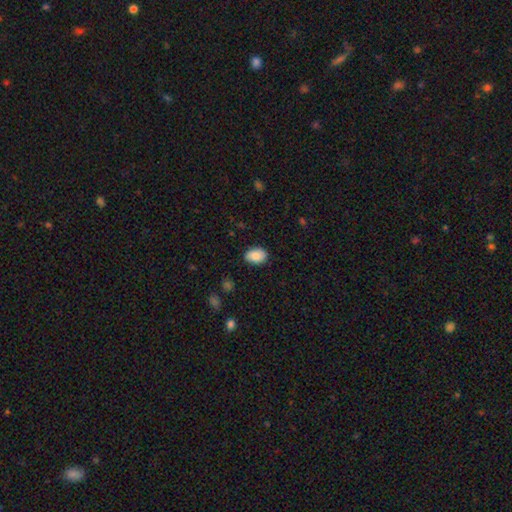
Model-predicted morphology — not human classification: Overall: smooth (85%). How rounded: in between (81%). Merging: none (83%).